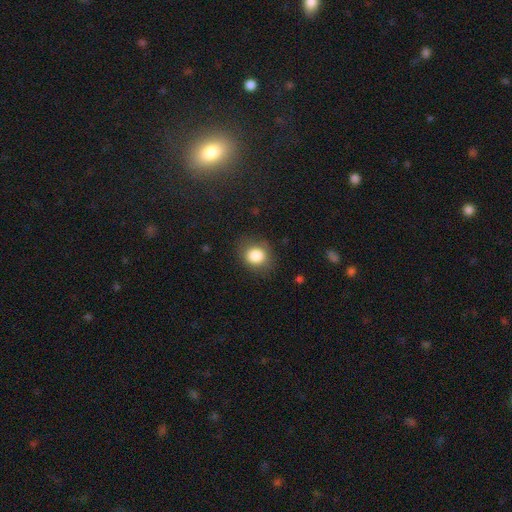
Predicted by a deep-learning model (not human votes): Morphology: type=smooth (83%); roundness=round (70%); merging=none (77%).